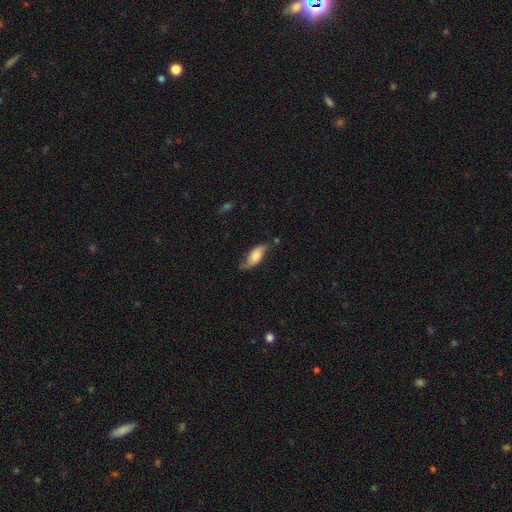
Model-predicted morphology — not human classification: Smooth or featured?
  - smooth: 47% *
  - featured or disk: 46%
  - star or artifact: 7%
Merging?
  - none: 59% *
  - minor disturbance: 29%
  - major disturbance: 9%
  - merger: 3%